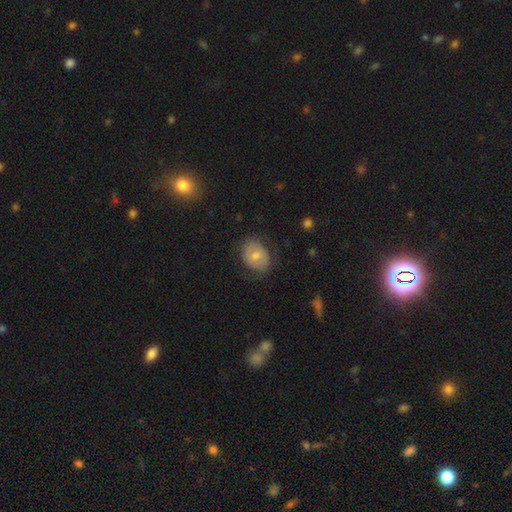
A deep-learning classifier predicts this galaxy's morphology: A smooth galaxy with no disk features (59%) that is in between round and cigar-shaped (59%).

Vote fractions:
- Smooth or featured? smooth: 59% / featured or disk: 34% / star or artifact: 7%
- How rounded? in between: 59% / round: 40% / cigar-shaped: 1%
- Merging? none: 67% / minor disturbance: 22% / major disturbance: 9% / merger: 1%